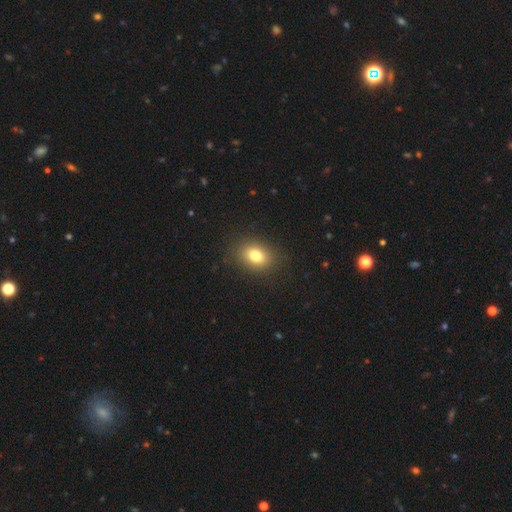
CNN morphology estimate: smooth_or_featured: smooth (p=0.79) [alt: star or artifact p=0.11]
how_rounded: in between (p=0.66) [alt: round p=0.33]
merging: none (p=0.87) [alt: minor disturbance p=0.09]